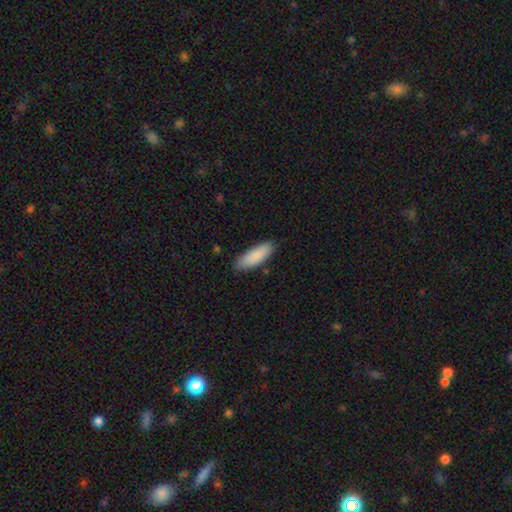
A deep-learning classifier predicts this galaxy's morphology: Smooth or featured? Predicted: smooth (p=0.89). How rounded? Predicted: in between (p=0.60). Merging? Predicted: none (p=0.85).